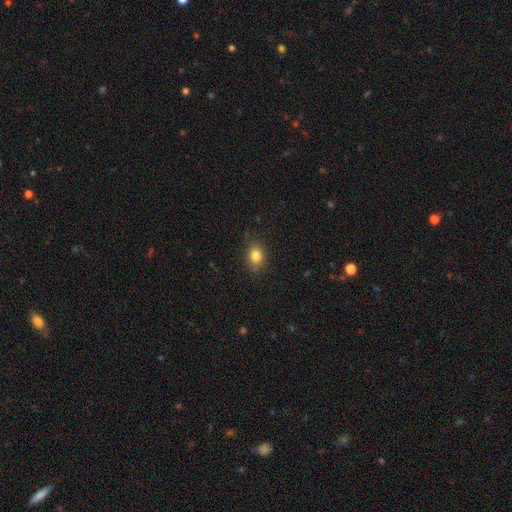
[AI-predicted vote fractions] smooth-or-featured: smooth: 83% | star or artifact: 10% | featured or disk: 7%
  how-rounded: in between: 66% | round: 33% | cigar-shaped: 1%
  merging: none: 84% | minor disturbance: 12% | major disturbance: 3% | merger: 1%